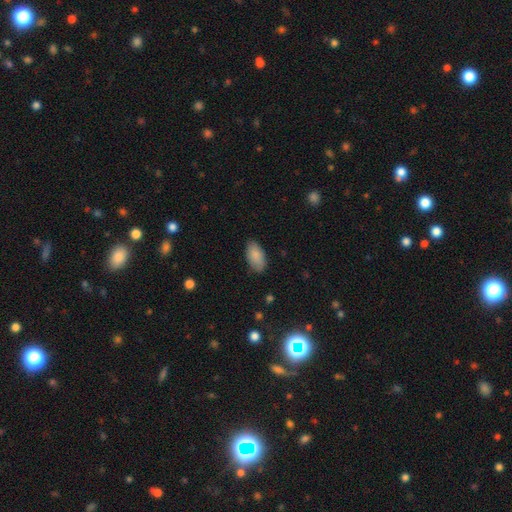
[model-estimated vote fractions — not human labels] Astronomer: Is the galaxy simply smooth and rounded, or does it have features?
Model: smooth — 87%.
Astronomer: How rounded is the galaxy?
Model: in between — 94%.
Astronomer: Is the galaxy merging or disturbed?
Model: none — 82%.